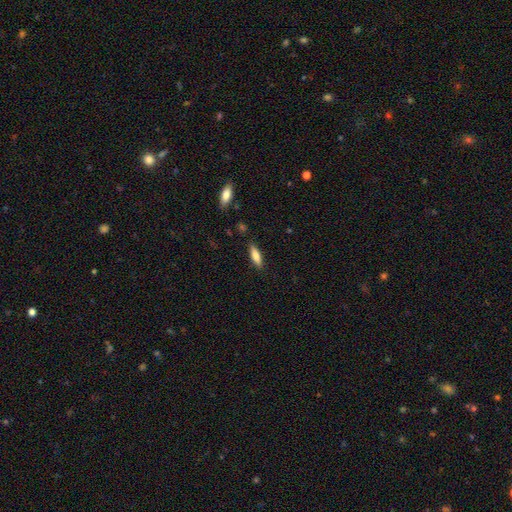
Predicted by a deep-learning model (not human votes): Smooth or featured?
  - smooth: 74% *
  - featured or disk: 20%
  - star or artifact: 7%
How rounded?
  - cigar-shaped: 56% *
  - in between: 42%
  - round: 2%
Merging?
  - none: 85% *
  - minor disturbance: 11%
  - major disturbance: 2%
  - merger: 2%